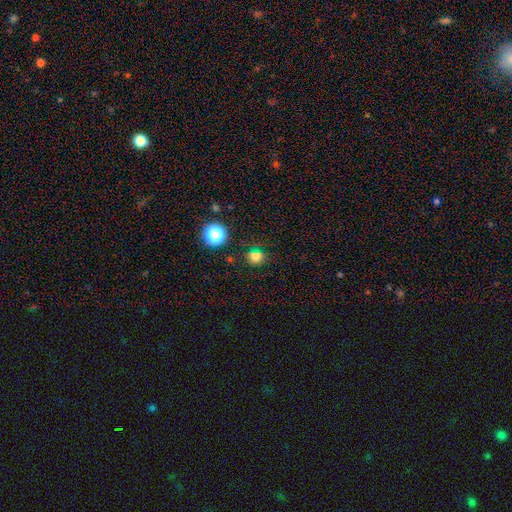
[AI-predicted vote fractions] A smooth galaxy with no disk features (74%) that is round (84%). Merging: none (80%).